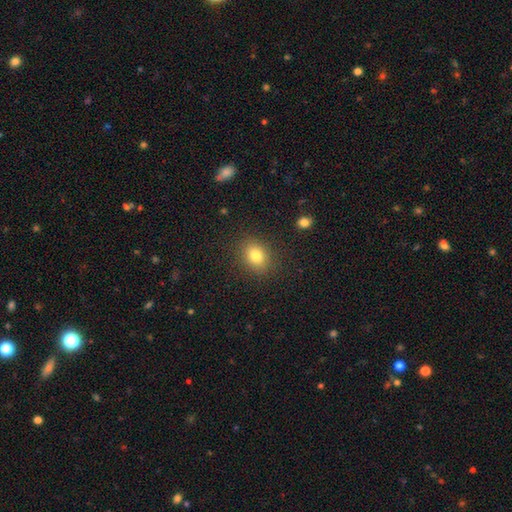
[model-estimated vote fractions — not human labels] Smooth or featured? smooth (80%)
How rounded? in between (51%)
Merging? none (87%)